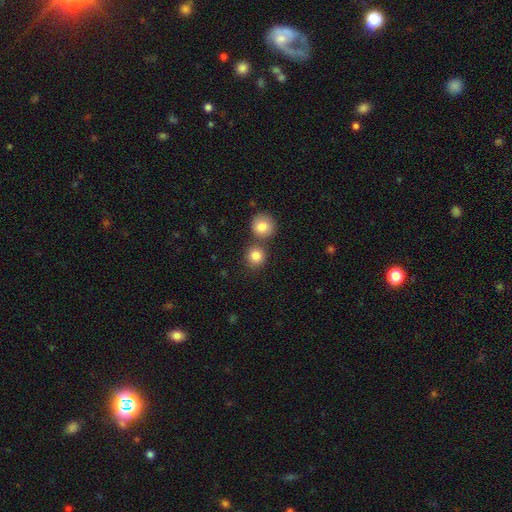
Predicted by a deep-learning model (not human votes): smooth_or_featured: smooth (p=0.84) [alt: star or artifact p=0.10]
how_rounded: round (p=0.89) [alt: in between p=0.10]
merging: none (p=0.65) [alt: merger p=0.25]